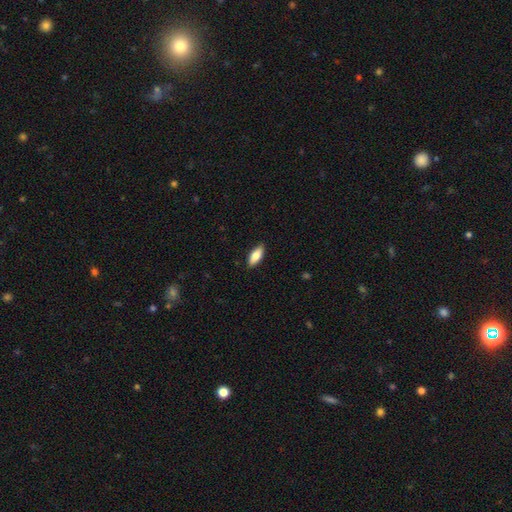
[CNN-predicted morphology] This is likely a smooth galaxy (80%). How rounded: likely in between (75%). Merging: clearly none (88%).